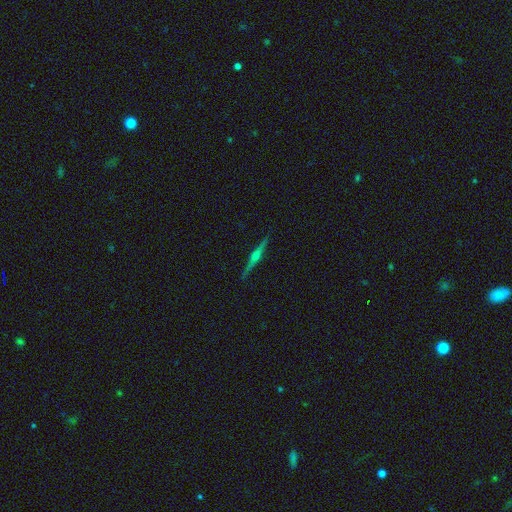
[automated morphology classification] The model was most divided on "smooth or featured": featured or disk: 84%, smooth: 10%, star or artifact: 7%. More confident: edge-on disk — yes (98%); edge-on bulge — rounded (93%); merging — none (92%).